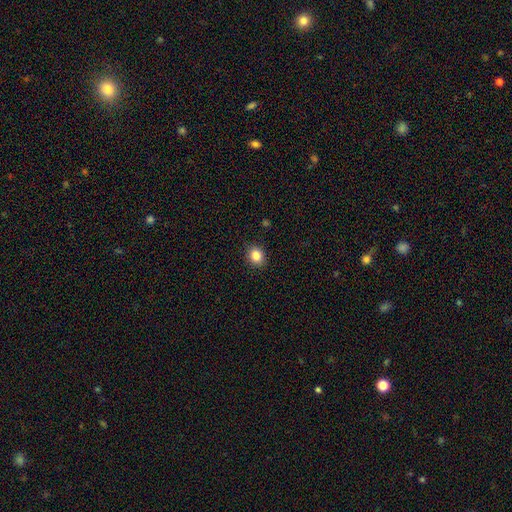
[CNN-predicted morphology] This appears to be a smooth galaxy with no disk features (85%) that is round (63%). Merging: none (89%).